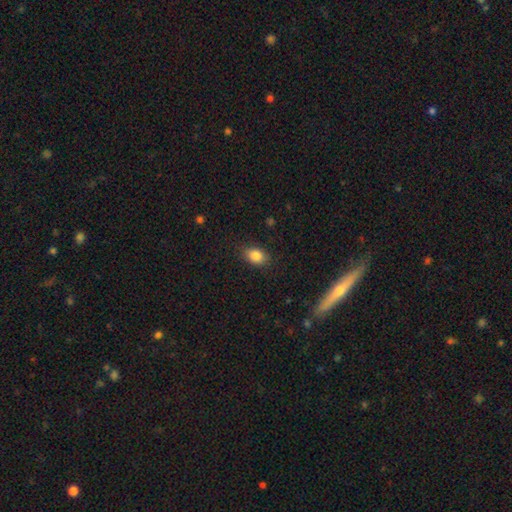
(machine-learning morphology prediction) The model was most divided on "how rounded": in between: 75%, round: 23%, cigar-shaped: 2%. More confident: smooth or featured — smooth (85%); merging — none (83%).